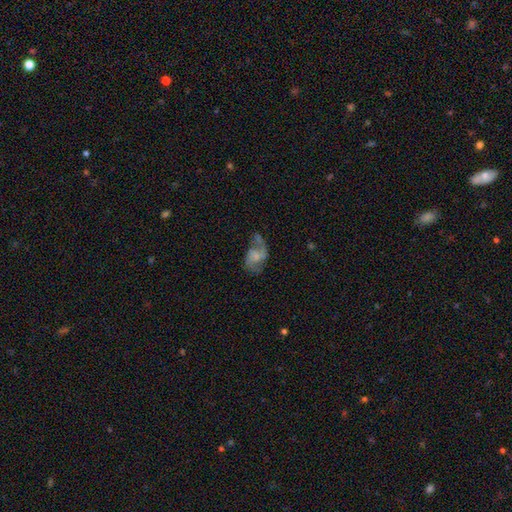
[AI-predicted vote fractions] Smooth or featured? Predicted: featured or disk (p=0.64). Edge-on disk? Predicted: no (p=0.97). Bar? Predicted: no (p=0.55). Spiral arms? Predicted: yes (p=0.84). Spiral winding? Predicted: loose (p=0.62). Spiral arm count? Predicted: 2 (p=0.79). Bulge size? Predicted: small (p=0.37). Merging? Predicted: none (p=0.41).